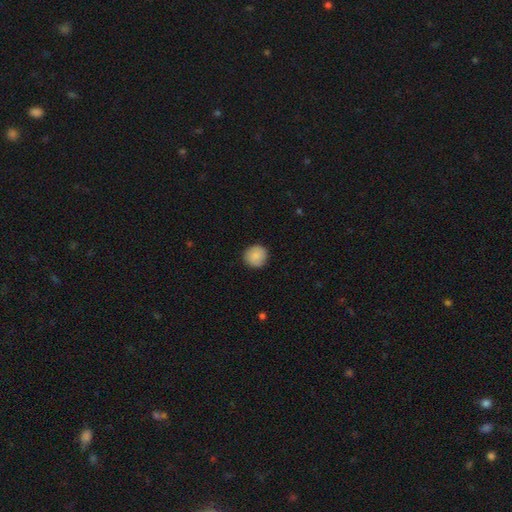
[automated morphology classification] Smooth or featured? Predicted: smooth (p=0.87). How rounded? Predicted: round (p=0.93). Merging? Predicted: none (p=0.89).